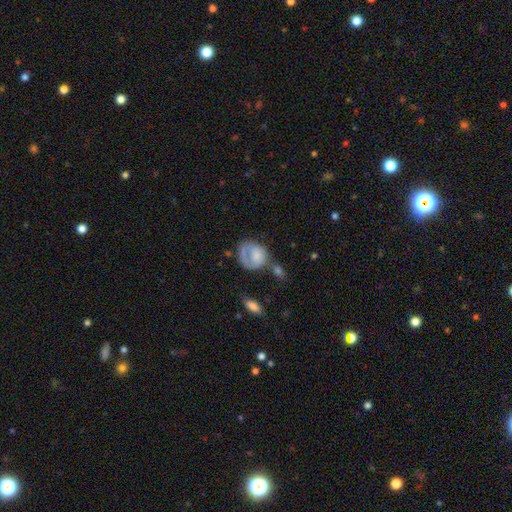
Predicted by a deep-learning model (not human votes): Overall: smooth (57%; featured or disk 36%). How rounded: round (62%; in between 37%). Merging: none (34%; major disturbance 30%).